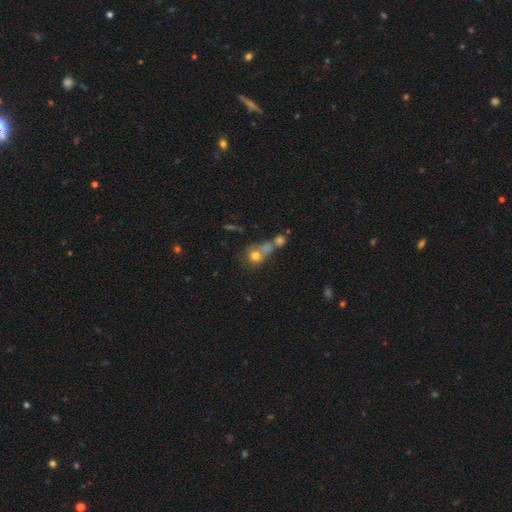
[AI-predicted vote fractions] Overall: smooth (73%). How rounded: round (76%). Merging: merger (51%; none 31%).